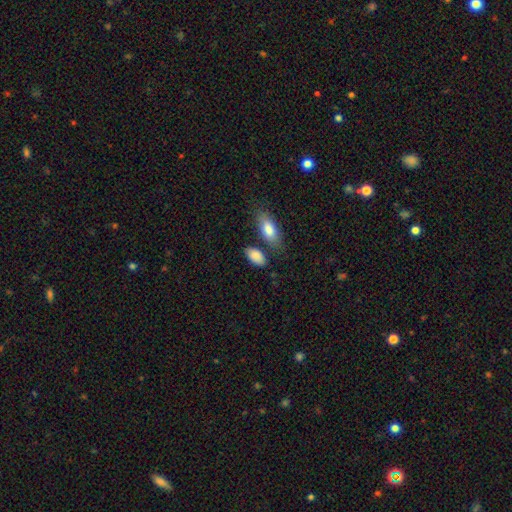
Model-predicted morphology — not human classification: Q: Smooth or featured?
A: smooth (87%); runner-up: featured or disk (7%)
Q: How rounded?
A: in between (91%); runner-up: round (4%)
Q: Merging?
A: none (70%); runner-up: minor disturbance (15%)